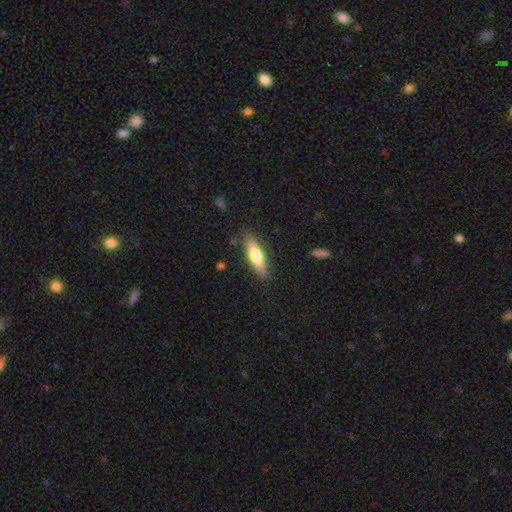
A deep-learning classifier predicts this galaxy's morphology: smooth_or_featured: smooth (p=0.58) [alt: featured or disk p=0.36]
how_rounded: cigar-shaped (p=0.63) [alt: in between p=0.35]
merging: none (p=0.86) [alt: minor disturbance p=0.10]